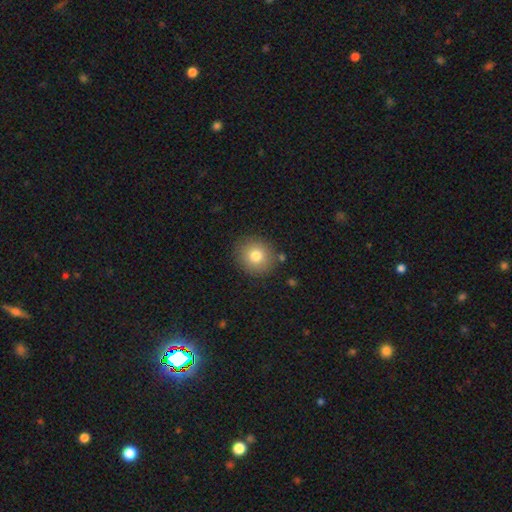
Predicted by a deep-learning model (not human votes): This appears to be a smooth galaxy with no disk features (79%) that is round (89%). Merging: none (86%).